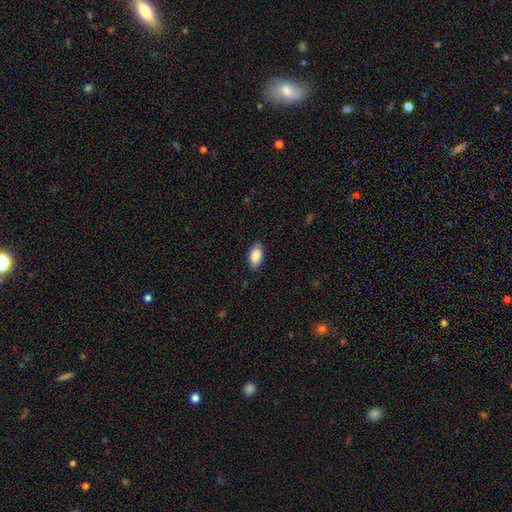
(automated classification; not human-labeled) The model was most divided on "merging": none: 87%, minor disturbance: 10%, major disturbance: 2%, merger: 1%. More confident: how rounded — in between (94%); smooth or featured — smooth (89%).